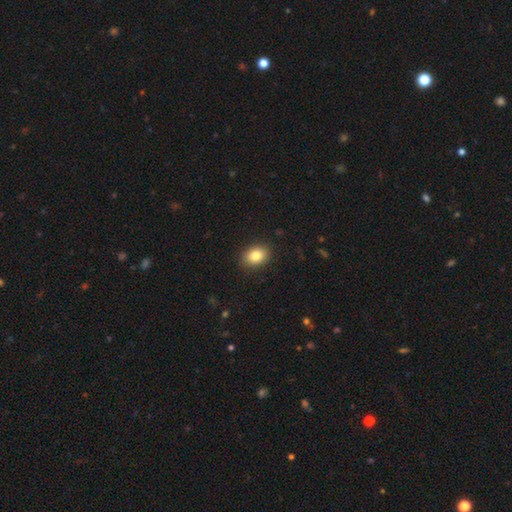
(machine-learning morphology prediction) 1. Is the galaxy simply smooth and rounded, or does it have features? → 84% smooth, 9% star or artifact, 7% featured or disk.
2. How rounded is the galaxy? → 69% in between, 30% round, 1% cigar-shaped.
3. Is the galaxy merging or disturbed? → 89% none, 8% minor disturbance, 2% major disturbance, 1% merger.